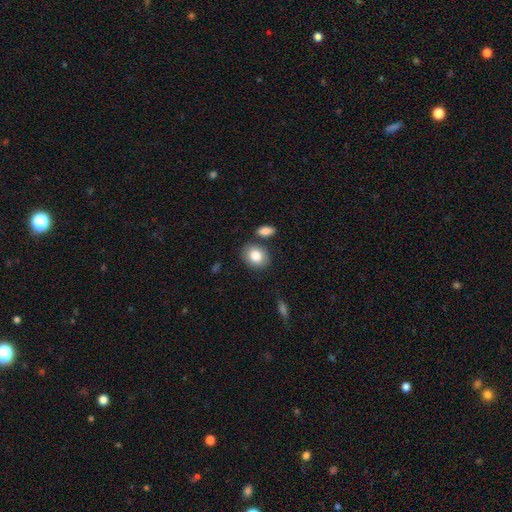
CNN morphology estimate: A smooth galaxy with no disk features (84%) that is in between round and cigar-shaped (55%).

Vote fractions:
- Smooth or featured? smooth: 84% / featured or disk: 9% / star or artifact: 7%
- How rounded? in between: 55% / round: 44% / cigar-shaped: 1%
- Merging? none: 76% / minor disturbance: 11% / merger: 9% / major disturbance: 3%